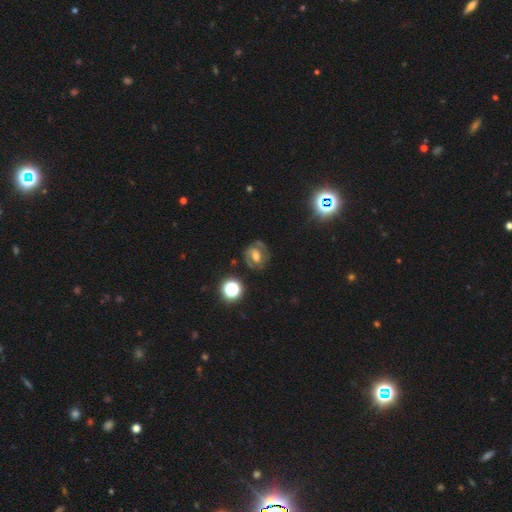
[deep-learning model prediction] Overall: featured or disk (71%). Edge-on disk: no (97%). Bar: weak (46%; no 29%). Spiral arms: yes (88%). Spiral arm count: 2 (78%). Spiral winding: medium (45%; tight 44%). Bulge size: moderate (63%). Merging: none (76%).